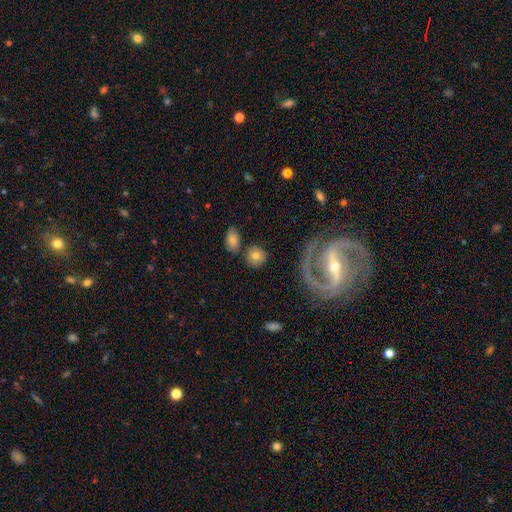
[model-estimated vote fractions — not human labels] A smooth galaxy with no disk features (73%) that is round (82%). Merging: none (78%).